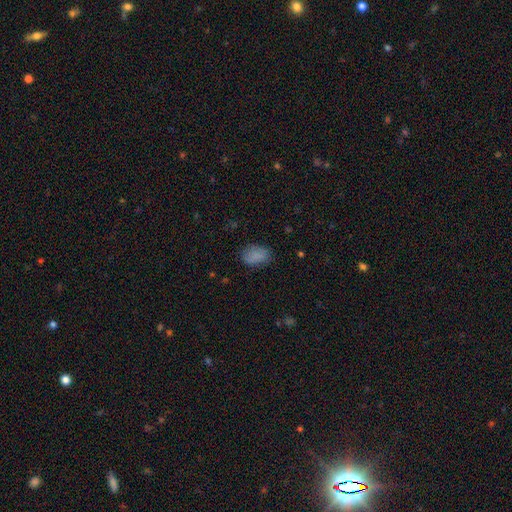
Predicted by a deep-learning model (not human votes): Smooth or featured: smooth — 85% (star or artifact — 9%)
How rounded: in between — 80% (round — 18%)
Merging: none — 79% (minor disturbance — 16%)